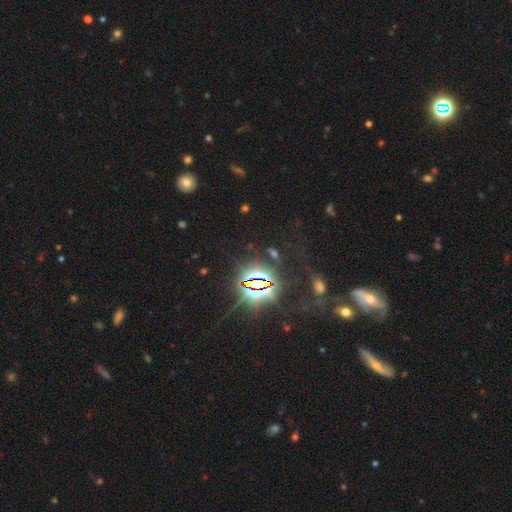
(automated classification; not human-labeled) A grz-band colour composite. It shows a star or artifact, not a galaxy (78%).